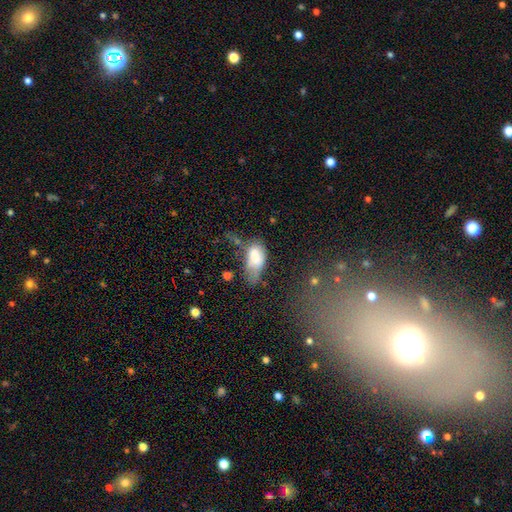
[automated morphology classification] smooth 70%, featured or disk 21%, star or artifact 10%. Down the decision tree: how rounded — in between (90%); merging — major disturbance (34%).